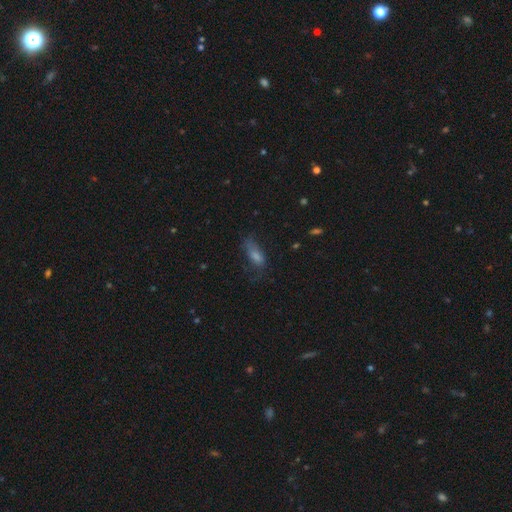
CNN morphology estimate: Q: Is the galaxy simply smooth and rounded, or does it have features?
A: smooth — 55%.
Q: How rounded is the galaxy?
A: in between — 69%.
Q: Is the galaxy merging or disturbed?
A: none — 50%.